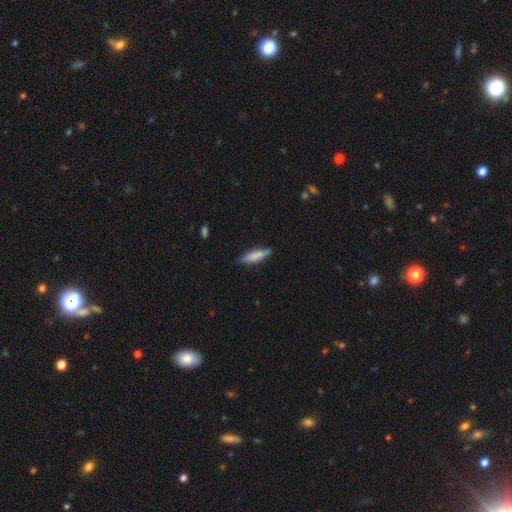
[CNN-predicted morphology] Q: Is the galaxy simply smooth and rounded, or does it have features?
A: smooth — 77%.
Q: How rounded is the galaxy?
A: cigar-shaped — 68%.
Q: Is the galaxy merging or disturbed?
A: none — 75%.